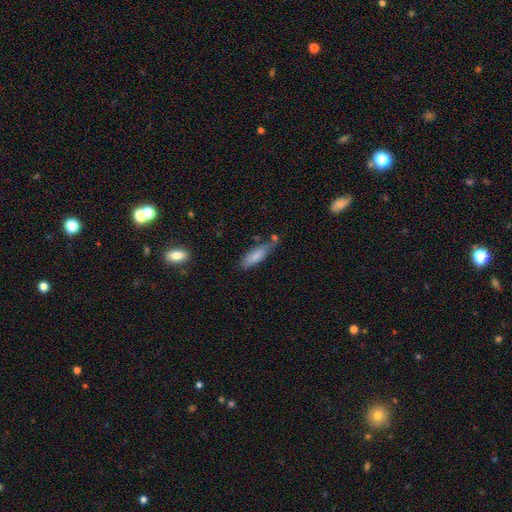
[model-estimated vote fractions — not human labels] Q: Smooth or featured?
A: smooth (80%); runner-up: featured or disk (13%)
Q: How rounded?
A: cigar-shaped (54%); runner-up: in between (44%)
Q: Merging?
A: none (51%); runner-up: minor disturbance (29%)